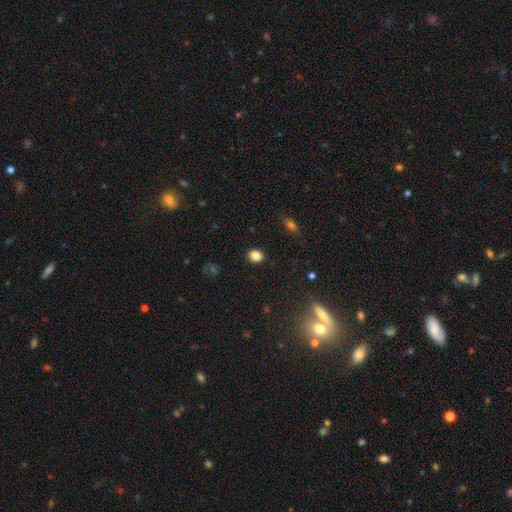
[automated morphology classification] type=smooth (85%); roundness=round (52%); merging=none (89%).